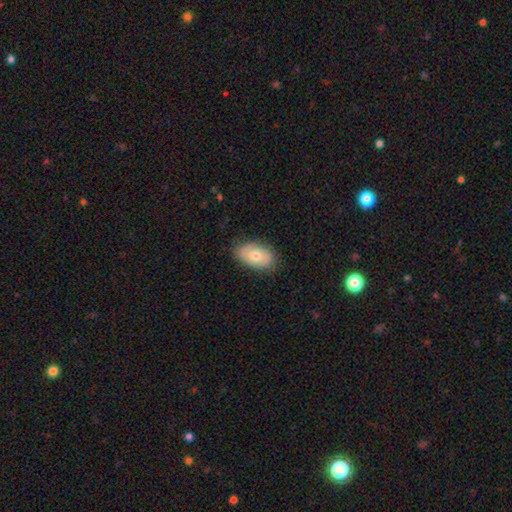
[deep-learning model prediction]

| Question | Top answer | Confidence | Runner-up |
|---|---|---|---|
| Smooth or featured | smooth | 71% | featured or disk (22%) |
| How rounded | in between | 92% | round (7%) |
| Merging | none | 81% | minor disturbance (15%) |